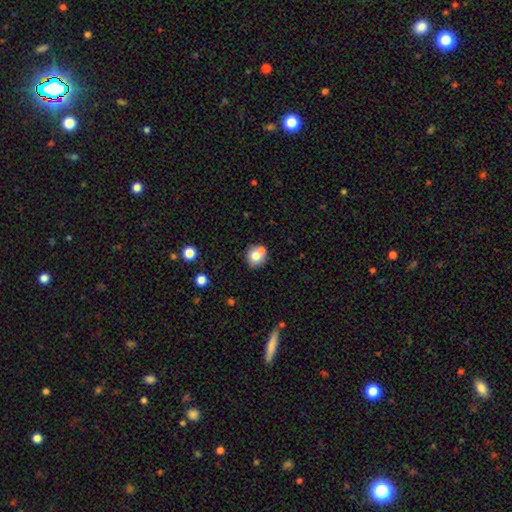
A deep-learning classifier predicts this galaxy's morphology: Q: Smooth or featured?
A: smooth (73%); runner-up: featured or disk (17%)
Q: How rounded?
A: round (84%); runner-up: in between (15%)
Q: Merging?
A: none (58%); runner-up: merger (29%)